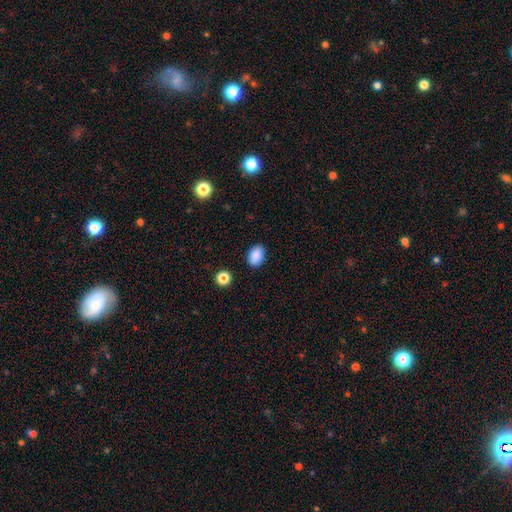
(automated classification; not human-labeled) This appears to be a smooth galaxy with no disk features (88%) that is in between round and cigar-shaped (83%). Merging: none (87%).